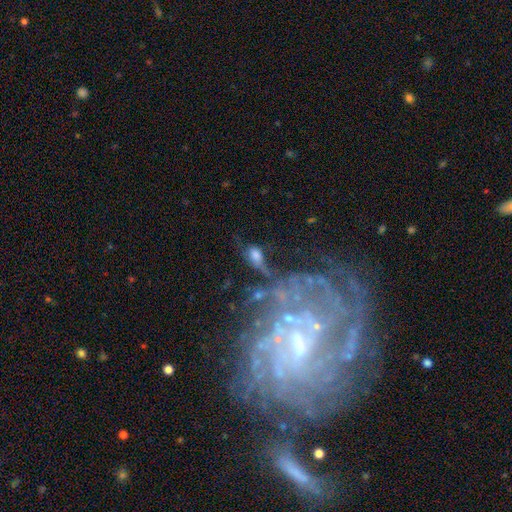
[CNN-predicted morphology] Smooth or featured? smooth (45%)
Merging? major disturbance (30%)